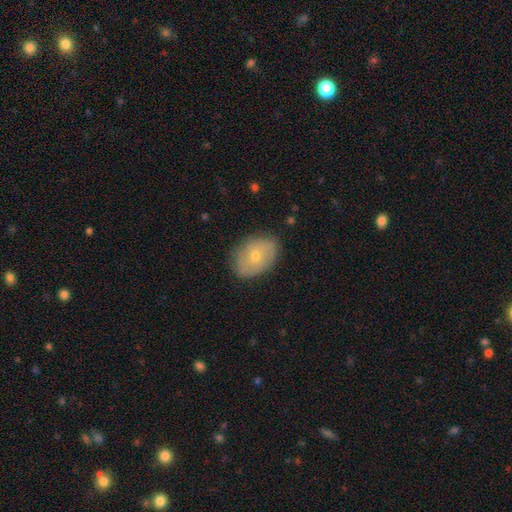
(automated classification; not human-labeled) smooth_or_featured: smooth (p=0.48) [alt: featured or disk p=0.45]
merging: none (p=0.79) [alt: minor disturbance p=0.16]